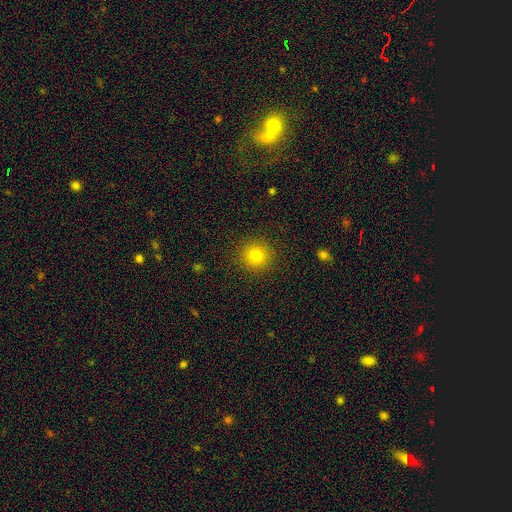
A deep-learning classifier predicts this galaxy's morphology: Overall: smooth (81%). How rounded: round (93%). Merging: none (91%).